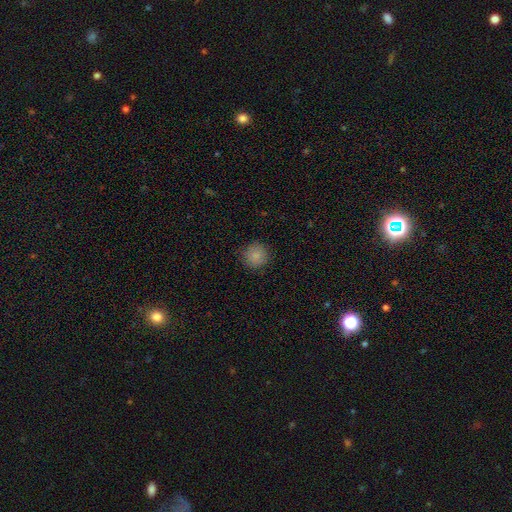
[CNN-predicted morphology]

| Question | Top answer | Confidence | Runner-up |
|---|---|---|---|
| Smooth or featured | smooth | 85% | star or artifact (9%) |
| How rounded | round | 93% | in between (6%) |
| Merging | none | 87% | minor disturbance (10%) |